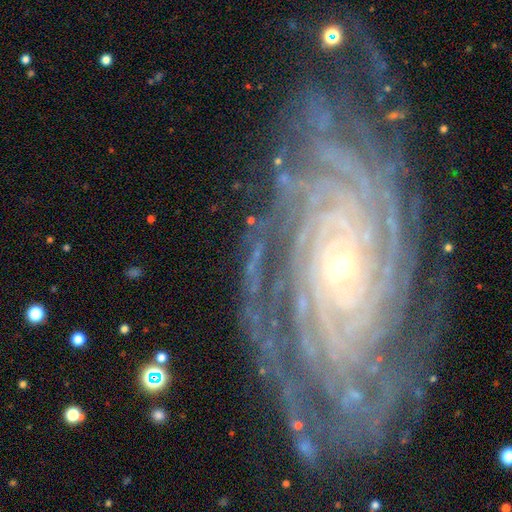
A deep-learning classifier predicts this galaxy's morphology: Smooth or featured? Predicted: featured or disk (p=0.89). Edge-on disk? Predicted: no (p=0.96). Bar? Predicted: no (p=0.60). Spiral arms? Predicted: yes (p=0.98). Spiral winding? Predicted: tight (p=0.84). Spiral arm count? Predicted: more than 4 (p=0.34). Bulge size? Predicted: small (p=0.74). Merging? Predicted: none (p=0.77).